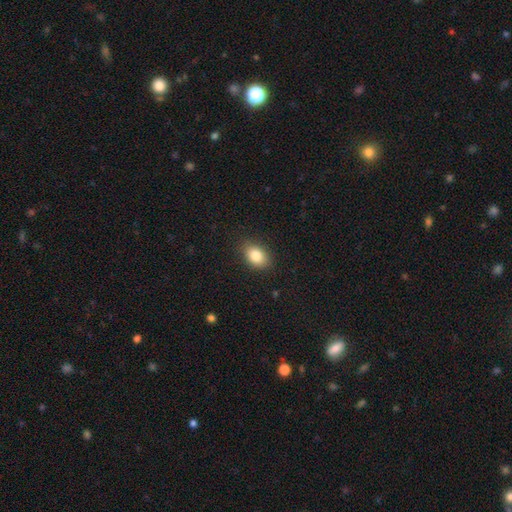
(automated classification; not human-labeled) Morphology: type=smooth (83%); roundness=in between (81%); merging=none (87%).